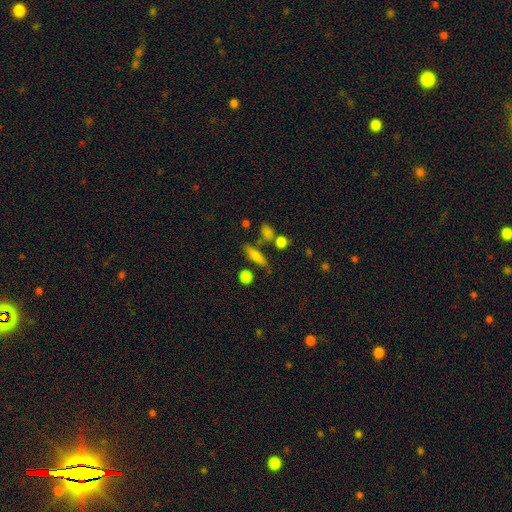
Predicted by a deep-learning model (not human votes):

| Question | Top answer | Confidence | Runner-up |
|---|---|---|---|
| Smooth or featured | smooth | 69% | featured or disk (22%) |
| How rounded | cigar-shaped | 62% | in between (30%) |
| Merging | none | 72% | minor disturbance (13%) |